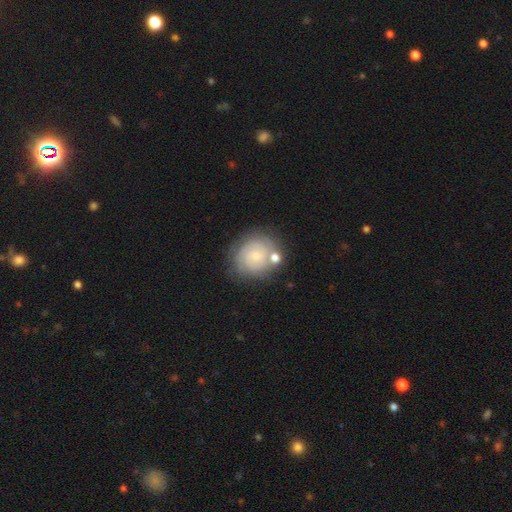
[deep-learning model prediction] This appears to be a featured or disk galaxy (63%) with no bar (74%), tight (73%) spiral arms (90%) and a small central bulge (65%). Merging: none (68%).